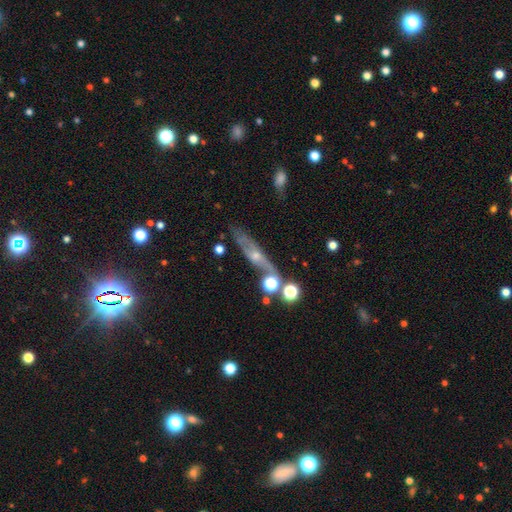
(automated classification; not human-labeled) smooth_or_featured: featured or disk (p=0.64) [alt: smooth p=0.23]
disk_edge_on: yes (p=0.60) [alt: no p=0.40]
merging: none (p=0.61) [alt: minor disturbance p=0.19]